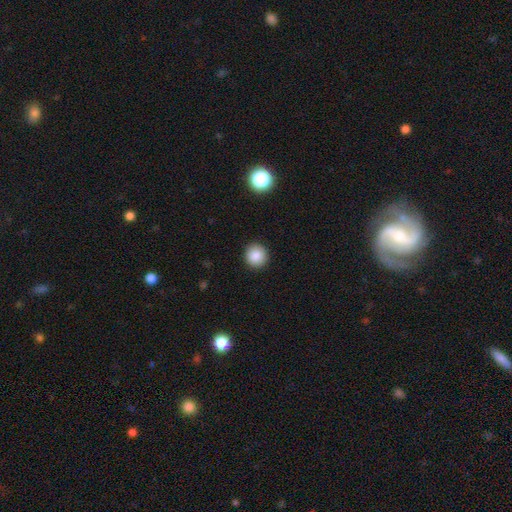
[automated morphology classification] Smooth or featured? smooth (87%)
How rounded? round (93%)
Merging? none (92%)